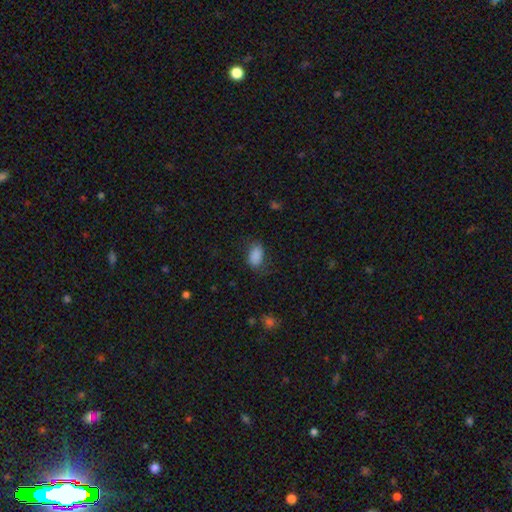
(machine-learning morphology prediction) This appears to be a smooth galaxy with no disk features (86%) that is in between round and cigar-shaped (90%). Merging: none (69%).